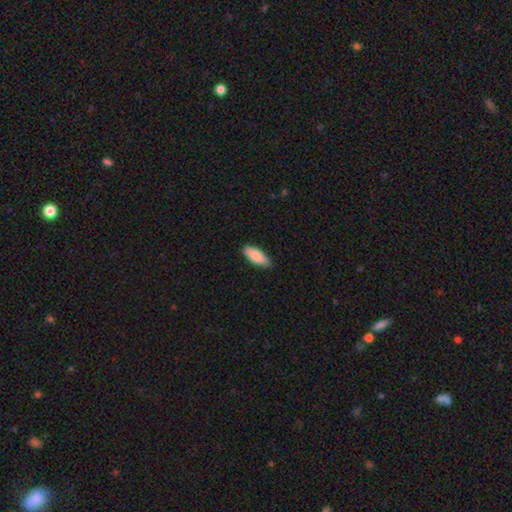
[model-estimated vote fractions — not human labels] Smooth or featured? smooth (86%)
How rounded? in between (78%)
Merging? none (84%)